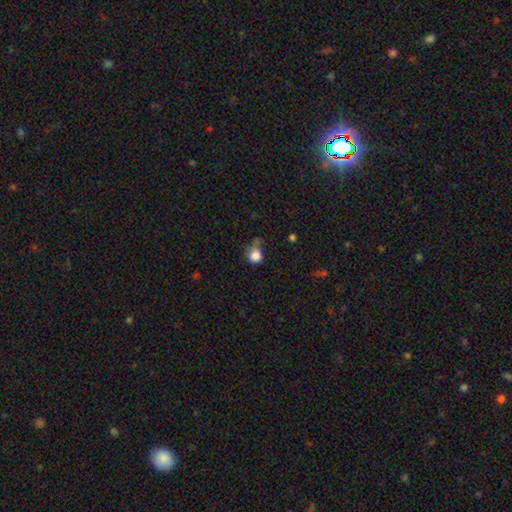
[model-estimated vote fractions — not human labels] Smooth or featured: smooth — 83% (star or artifact — 10%)
How rounded: round — 82% (in between — 17%)
Merging: none — 44% (minor disturbance — 32%)